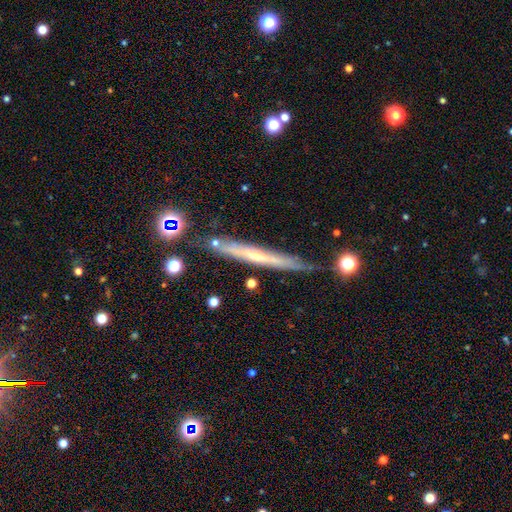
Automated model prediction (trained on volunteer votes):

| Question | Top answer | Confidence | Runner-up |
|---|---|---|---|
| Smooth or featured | featured or disk | 65% | smooth (27%) |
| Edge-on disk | yes | 91% | no (9%) |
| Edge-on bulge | none | 58% | rounded (38%) |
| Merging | none | 77% | minor disturbance (15%) |